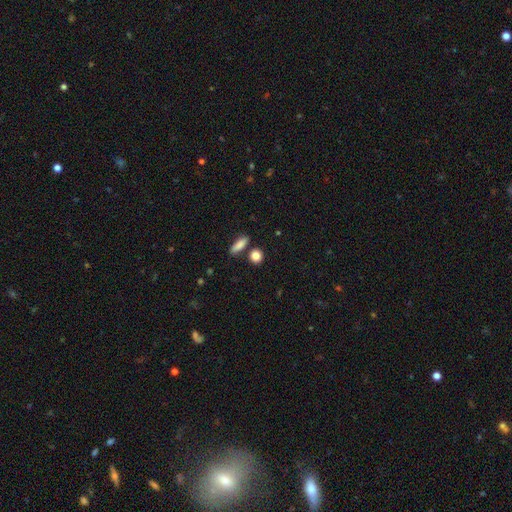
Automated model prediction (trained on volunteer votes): A smooth galaxy with no disk features (86%) that is round (67%). Merging: none (77%).